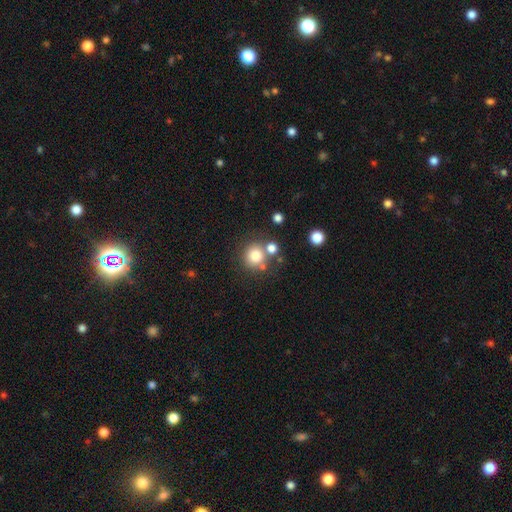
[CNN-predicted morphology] smooth 78%, star or artifact 13%, featured or disk 9%. Down the decision tree: how rounded — round (90%); merging — none (68%).